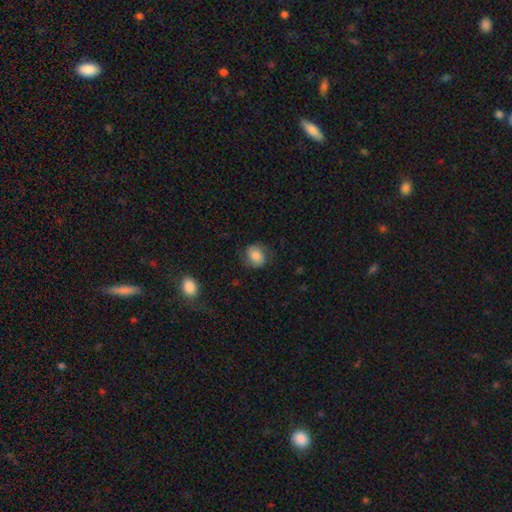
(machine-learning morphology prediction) Q: Smooth or featured?
A: smooth (61%); runner-up: featured or disk (30%)
Q: How rounded?
A: round (55%); runner-up: in between (44%)
Q: Merging?
A: none (72%); runner-up: minor disturbance (18%)